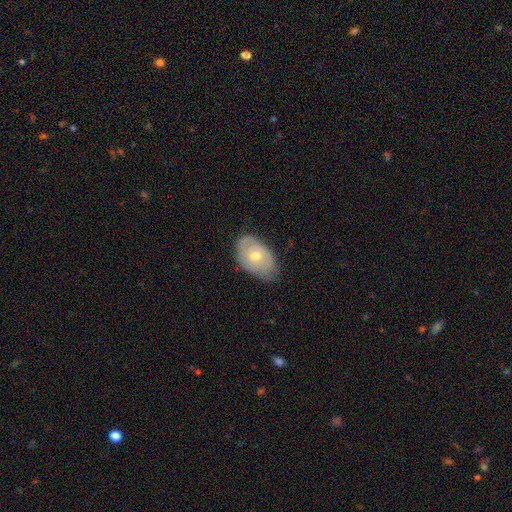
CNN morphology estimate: A smooth galaxy with no disk features (48%). Merging: none (66%).